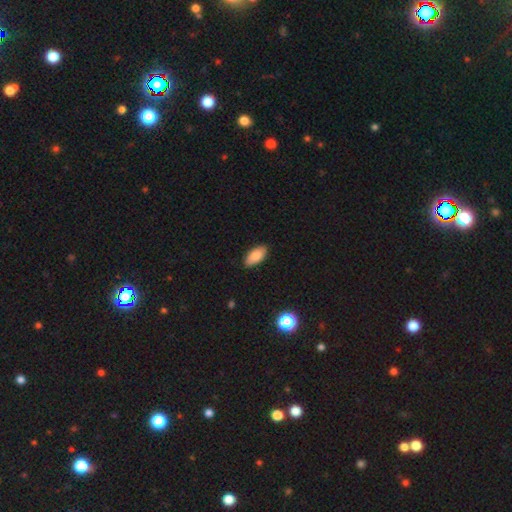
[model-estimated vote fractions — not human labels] Smooth or featured: smooth — 85% (featured or disk — 8%)
How rounded: in between — 91% (cigar-shaped — 6%)
Merging: none — 88% (minor disturbance — 9%)